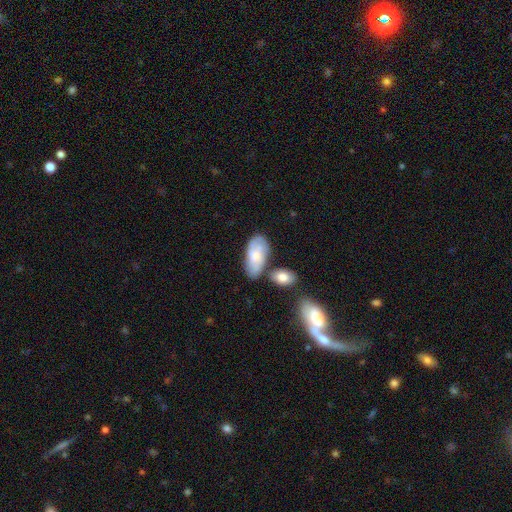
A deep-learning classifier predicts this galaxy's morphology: Overall: smooth (57%; featured or disk 36%). How rounded: in between (93%). Merging: none (53%; minor disturbance 22%).